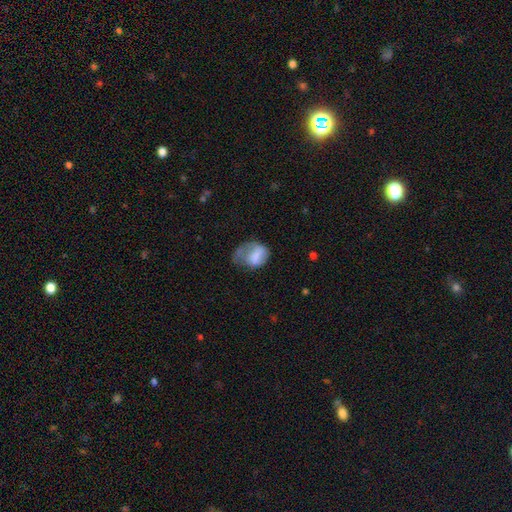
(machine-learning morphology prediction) smooth 67%, featured or disk 25%, star or artifact 8%. Down the decision tree: how rounded — in between (66%); merging — major disturbance (42%).